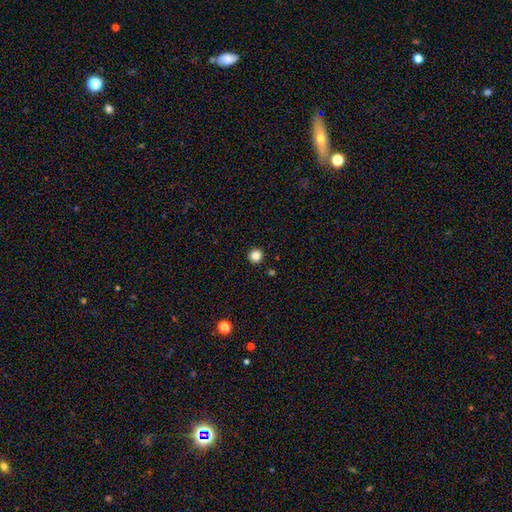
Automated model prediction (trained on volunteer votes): A smooth galaxy with no disk features (85%) that is round (96%).

Vote fractions:
- Smooth or featured? smooth: 85% / star or artifact: 12% / featured or disk: 3%
- How rounded? round: 96% / in between: 3% / cigar-shaped: 1%
- Merging? none: 93% / minor disturbance: 4% / major disturbance: 1% / merger: 1%